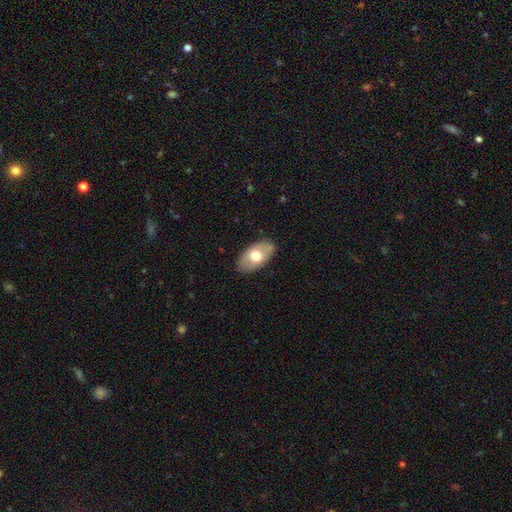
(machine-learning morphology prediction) Q: Smooth or featured?
A: smooth (64%); runner-up: featured or disk (31%)
Q: How rounded?
A: in between (94%); runner-up: round (5%)
Q: Merging?
A: none (84%); runner-up: minor disturbance (13%)